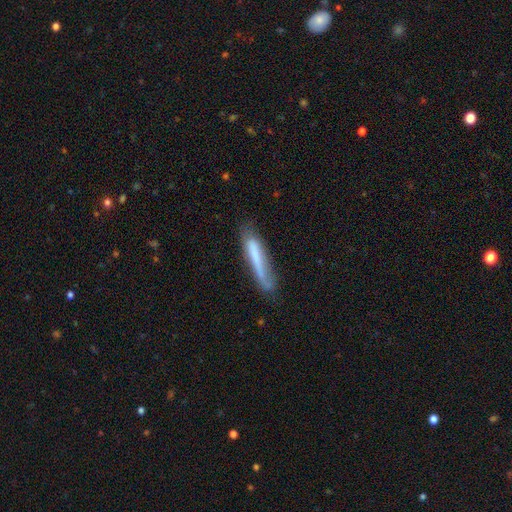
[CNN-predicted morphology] smooth-or-featured: smooth: 62% | featured or disk: 31% | star or artifact: 7%
  how-rounded: cigar-shaped: 91% | in between: 8% | round: 1%
  merging: none: 58% | minor disturbance: 28% | major disturbance: 11% | merger: 4%